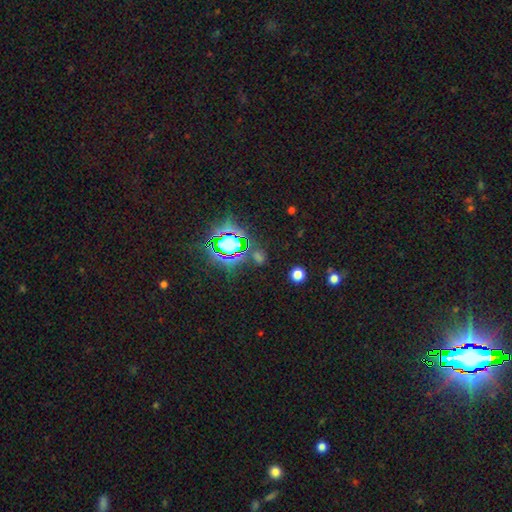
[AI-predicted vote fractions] Smooth or featured? Predicted: star or artifact (p=0.72).